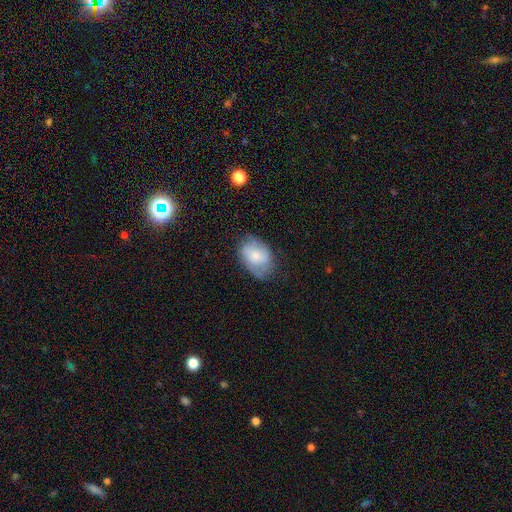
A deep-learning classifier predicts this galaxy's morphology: type=smooth (62%); roundness=in between (81%); merging=none (61%).